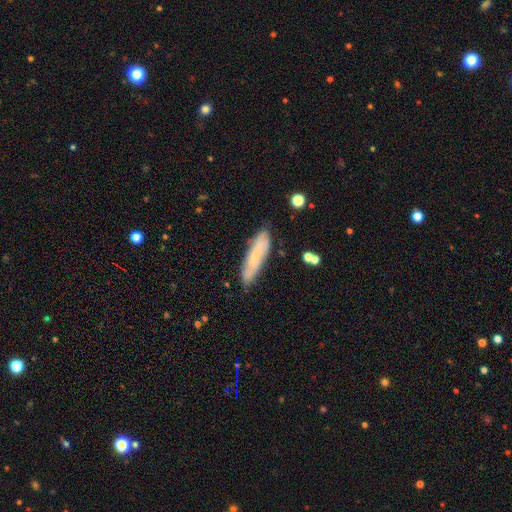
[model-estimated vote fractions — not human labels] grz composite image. It shows a smooth galaxy with no disk features (54%) that is cigar-shaped (74%). Merging: none (79%).